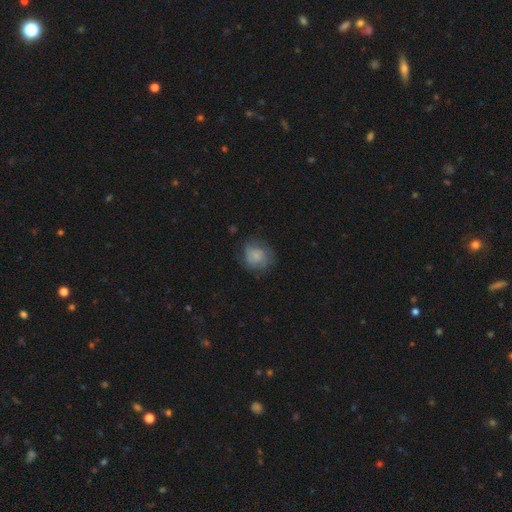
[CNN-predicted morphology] The model was most divided on "merging": none: 66%, minor disturbance: 22%, major disturbance: 10%, merger: 1%. More confident: how rounded — round (80%); smooth or featured — smooth (68%).